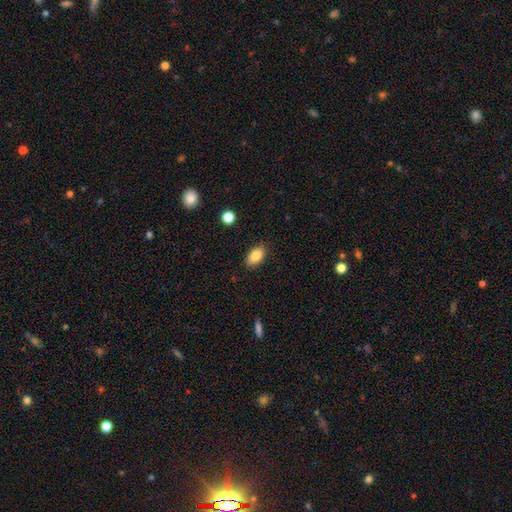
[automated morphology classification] Q: Smooth or featured?
A: smooth (87%); runner-up: star or artifact (8%)
Q: How rounded?
A: in between (92%); runner-up: round (6%)
Q: Merging?
A: none (86%); runner-up: minor disturbance (10%)